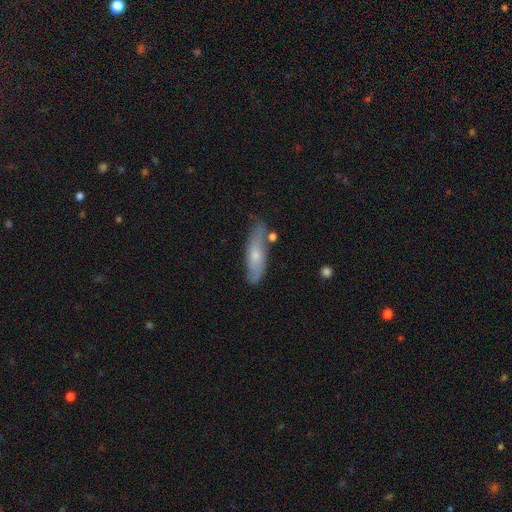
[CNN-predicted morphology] Smooth or featured?
  - smooth: 50% *
  - featured or disk: 43%
  - star or artifact: 6%
How rounded?
  - cigar-shaped: 56% *
  - in between: 41%
  - round: 2%
Merging?
  - none: 69% *
  - minor disturbance: 21%
  - merger: 6%
  - major disturbance: 4%